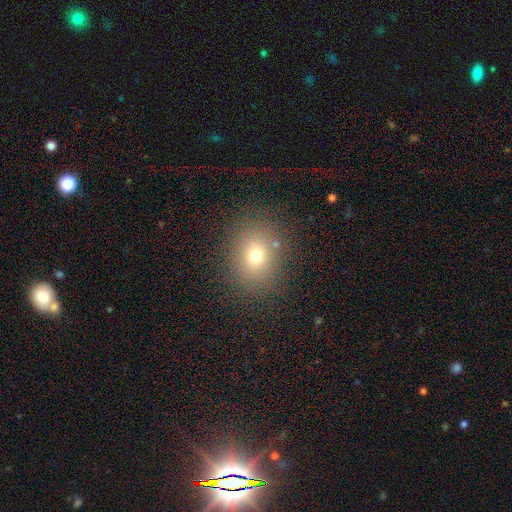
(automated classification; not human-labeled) Smooth or featured? smooth (71%)
How rounded? round (59%)
Merging? none (83%)